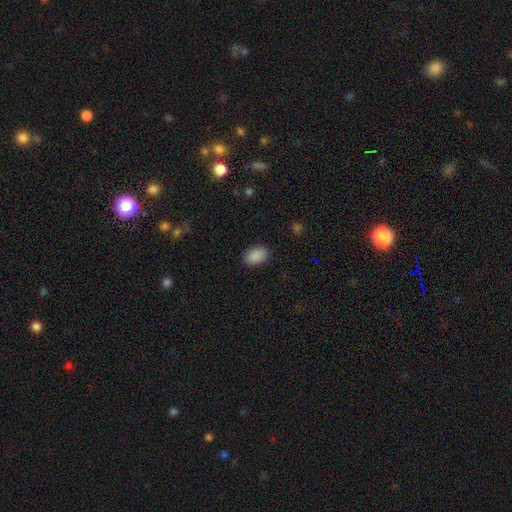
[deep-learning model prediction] Q: Smooth or featured?
A: smooth (90%); runner-up: star or artifact (8%)
Q: How rounded?
A: in between (88%); runner-up: round (11%)
Q: Merging?
A: none (88%); runner-up: minor disturbance (9%)